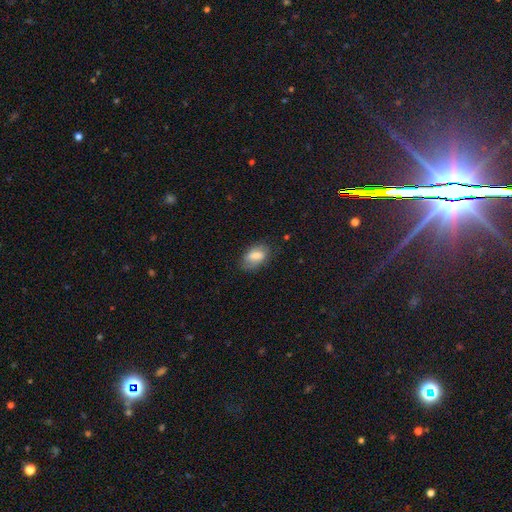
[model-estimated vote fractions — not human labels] Overall: smooth (61%; featured or disk 30%). How rounded: in between (89%). Merging: none (70%).